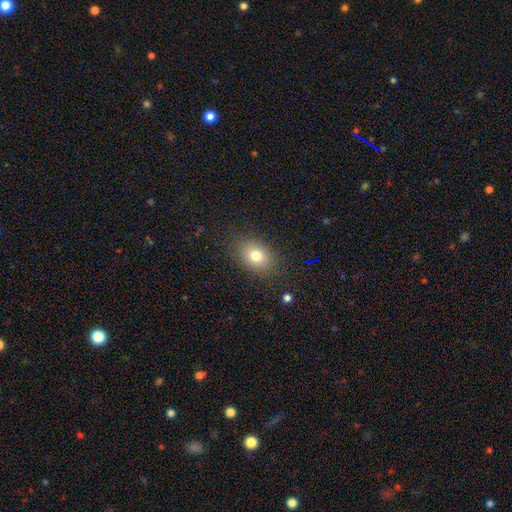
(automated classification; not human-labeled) Smooth or featured?
  - smooth: 76% *
  - star or artifact: 12%
  - featured or disk: 11%
How rounded?
  - in between: 58% *
  - round: 40%
  - cigar-shaped: 1%
Merging?
  - none: 82% *
  - minor disturbance: 12%
  - major disturbance: 5%
  - merger: 1%